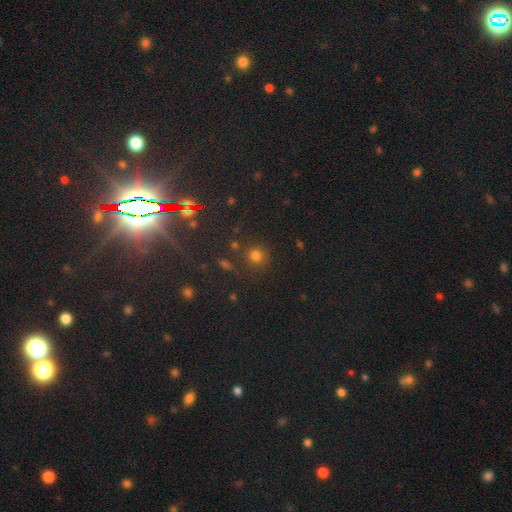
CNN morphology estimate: smooth 69%, star or artifact 25%, featured or disk 6%. Down the decision tree: how rounded — round (90%); merging — none (81%).